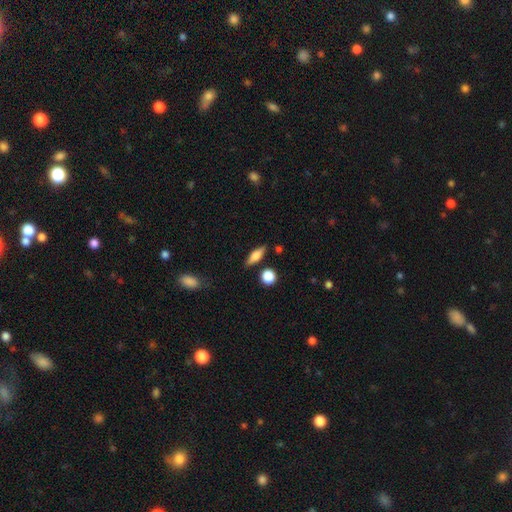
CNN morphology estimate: This appears to be a smooth galaxy with no disk features (61%) that is in between round and cigar-shaped (56%). Merging: none (80%).